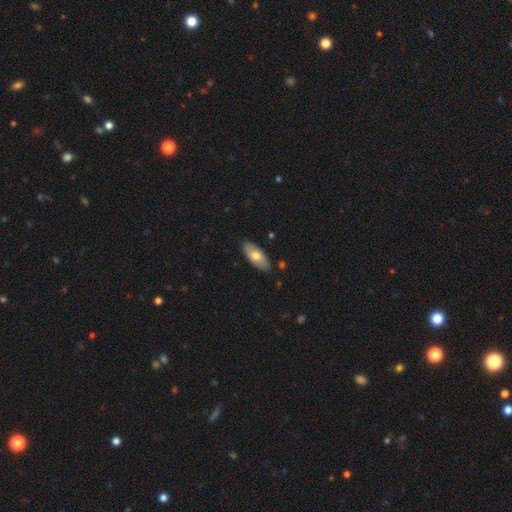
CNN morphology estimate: The model was most divided on "smooth or featured": smooth: 69%, featured or disk: 25%, star or artifact: 6%. More confident: merging — none (86%); how rounded — in between (85%).